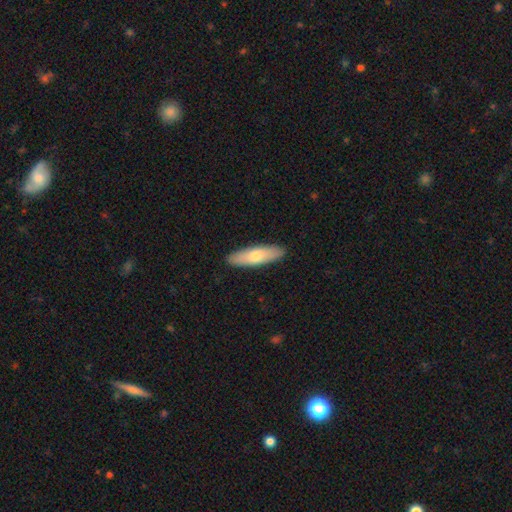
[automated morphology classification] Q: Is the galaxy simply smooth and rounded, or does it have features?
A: smooth — 69%.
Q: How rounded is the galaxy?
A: cigar-shaped — 60%.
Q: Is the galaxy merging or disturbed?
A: none — 90%.